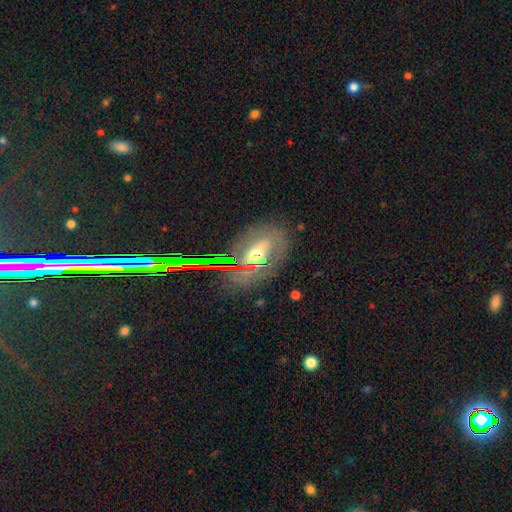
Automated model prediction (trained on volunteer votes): A featured or disk galaxy (53%). Merging: none (68%).